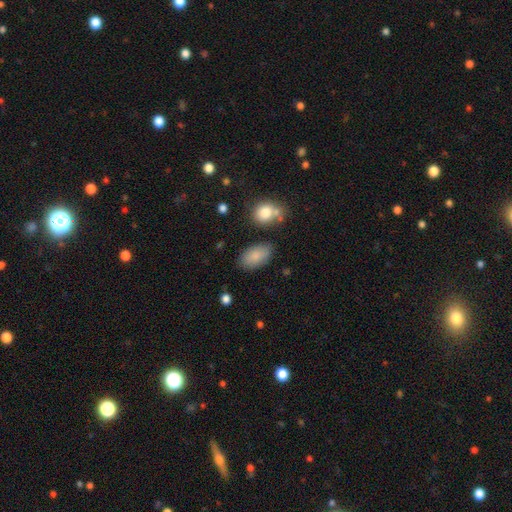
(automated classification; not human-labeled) Morphology: type=smooth (86%); roundness=in between (93%); merging=none (79%).